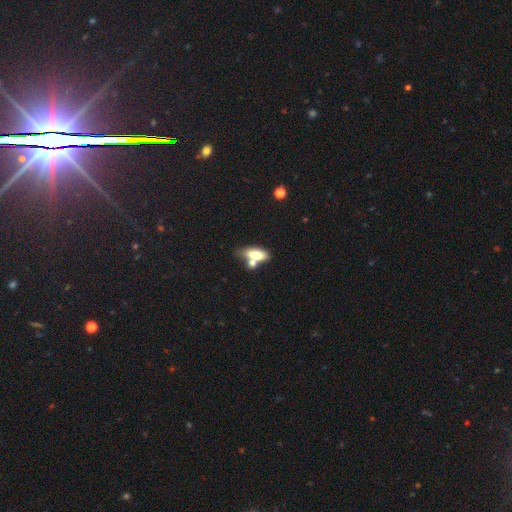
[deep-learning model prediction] Smooth or featured: smooth — 72% (featured or disk — 20%)
How rounded: in between — 77% (cigar-shaped — 18%)
Merging: merger — 44% (none — 35%)